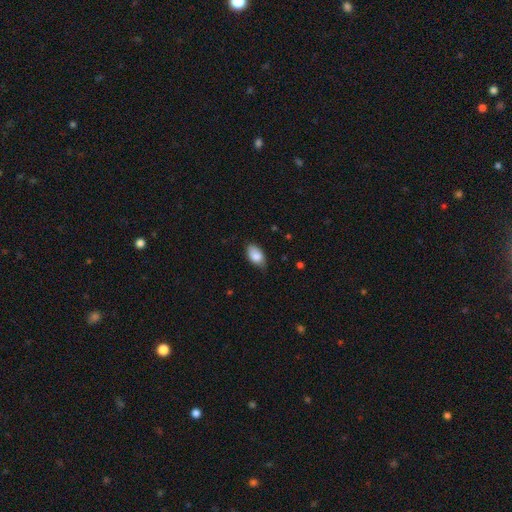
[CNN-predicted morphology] A smooth galaxy with no disk features (85%) that is in between round and cigar-shaped (93%).

Vote fractions:
- Smooth or featured? smooth: 85% / featured or disk: 8% / star or artifact: 7%
- How rounded? in between: 93% / round: 5% / cigar-shaped: 2%
- Merging? none: 70% / minor disturbance: 25% / major disturbance: 4% / merger: 1%